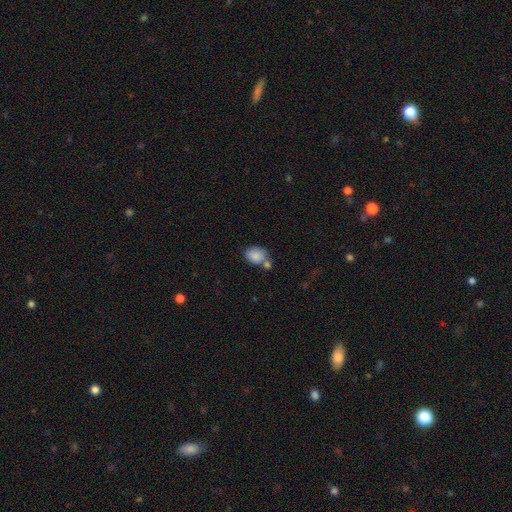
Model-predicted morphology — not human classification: Smooth or featured? Predicted: smooth (p=0.85). How rounded? Predicted: in between (p=0.70). Merging? Predicted: none (p=0.46).